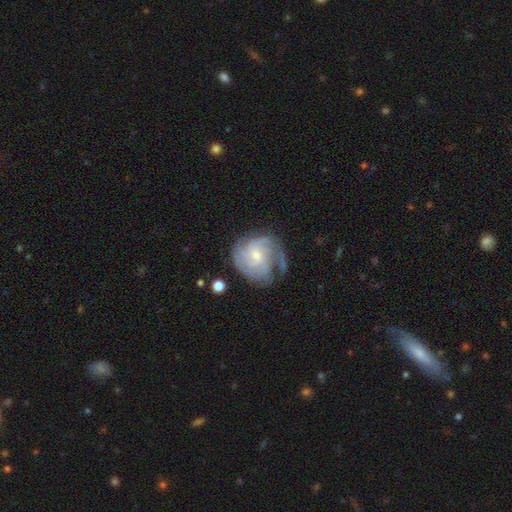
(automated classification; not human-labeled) smooth_or_featured: featured or disk (p=0.83) [alt: smooth p=0.11]
disk_edge_on: no (p=0.98) [alt: yes p=0.02]
bar: no (p=0.68) [alt: weak p=0.29]
has_spiral_arms: yes (p=0.96) [alt: no p=0.04]
spiral_winding: tight (p=0.61) [alt: medium p=0.32]
spiral_arm_count: can't tell (p=0.28) [alt: 3 p=0.25]
bulge_size: small (p=0.67) [alt: moderate p=0.28]
merging: none (p=0.61) [alt: minor disturbance p=0.23]